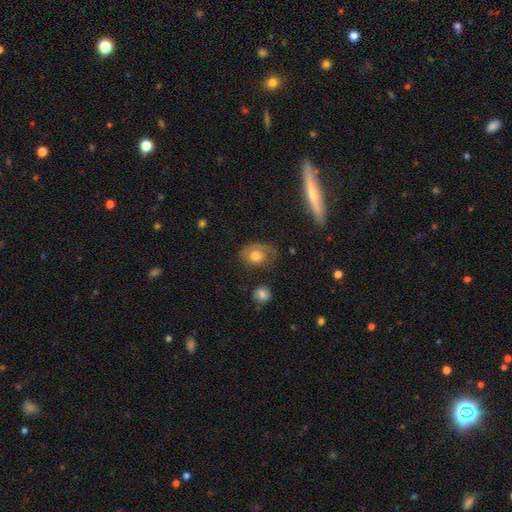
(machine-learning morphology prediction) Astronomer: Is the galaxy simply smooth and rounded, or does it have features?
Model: smooth — 56% (runner-up: featured or disk, 35%).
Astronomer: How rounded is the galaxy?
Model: in between — 57% (runner-up: round, 42%).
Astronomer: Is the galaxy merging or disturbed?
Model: none — 45% (runner-up: minor disturbance, 27%).